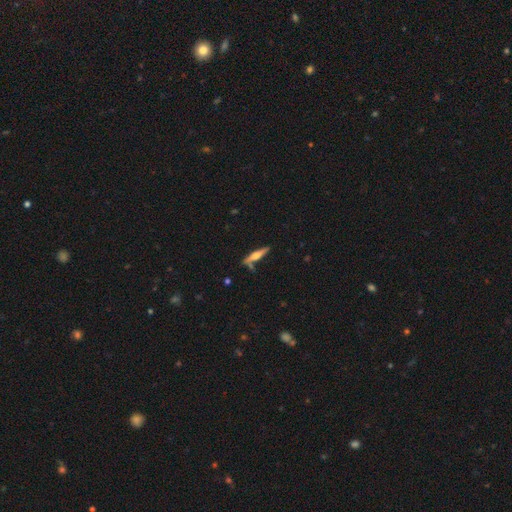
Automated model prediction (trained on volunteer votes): Smooth or featured?
  - featured or disk: 61% *
  - smooth: 33%
  - star or artifact: 6%
Edge-on disk?
  - yes: 96% *
  - no: 4%
Edge-on bulge?
  - rounded: 88% *
  - boxy: 7%
  - none: 5%
Merging?
  - none: 74% *
  - minor disturbance: 14%
  - merger: 8%
  - major disturbance: 4%